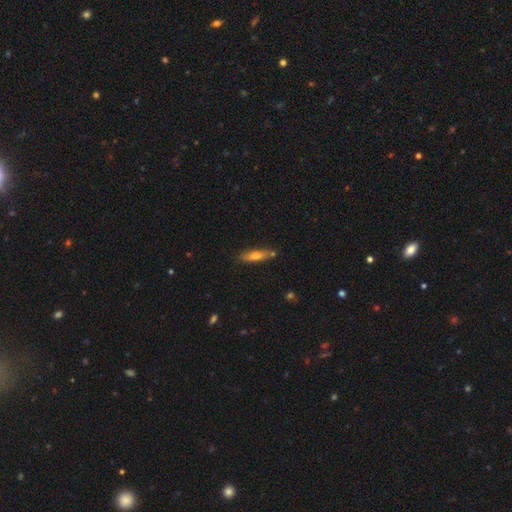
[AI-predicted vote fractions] The model was most divided on "smooth or featured": smooth: 53%, featured or disk: 39%, star or artifact: 8%. More confident: merging — none (79%); how rounded — cigar-shaped (75%).